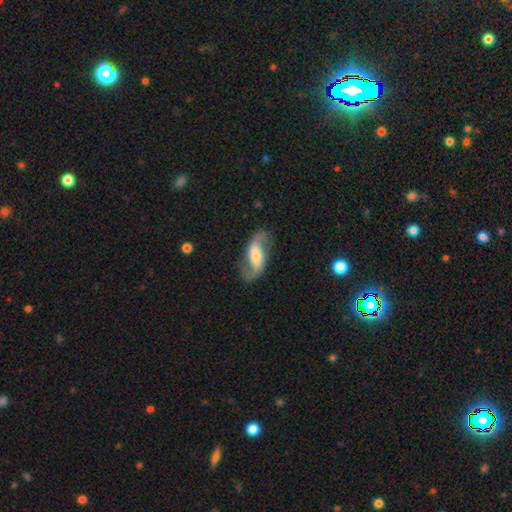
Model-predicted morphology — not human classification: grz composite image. It shows a featured or disk galaxy (80%) with a weak bar (37%), 2 (92%) loose (71%) spiral arms (93%) and a moderate central bulge (43%). Merging: none (76%).